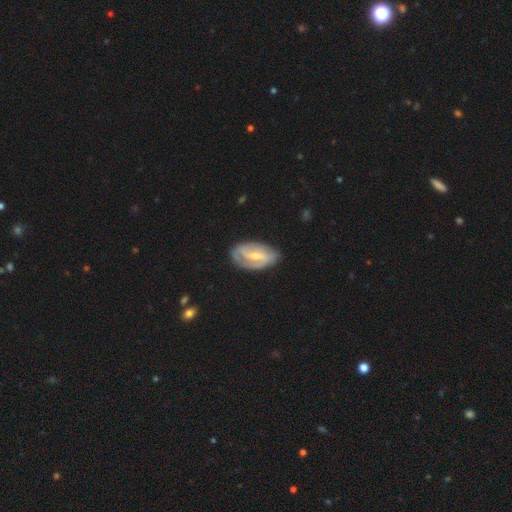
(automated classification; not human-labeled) featured or disk 79%, smooth 16%, star or artifact 5%. Down the decision tree: edge-on disk — no (95%); bar — weak (42%); spiral arms — yes (89%); spiral arm count — 2 (72%); spiral winding — medium (40%); bulge size — small (54%); merging — none (74%).